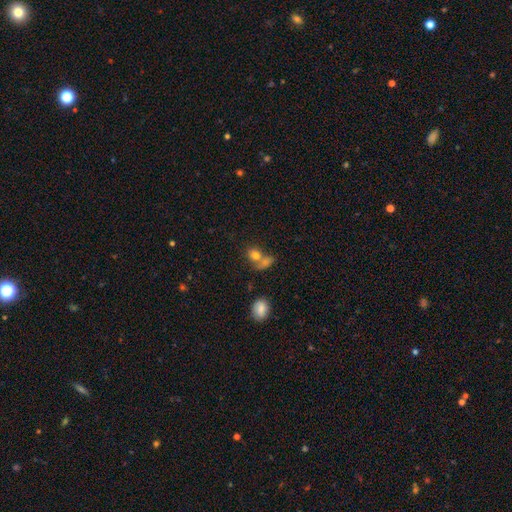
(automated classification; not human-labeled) Smooth or featured? smooth (78%)
How rounded? round (54%)
Merging? merger (52%)